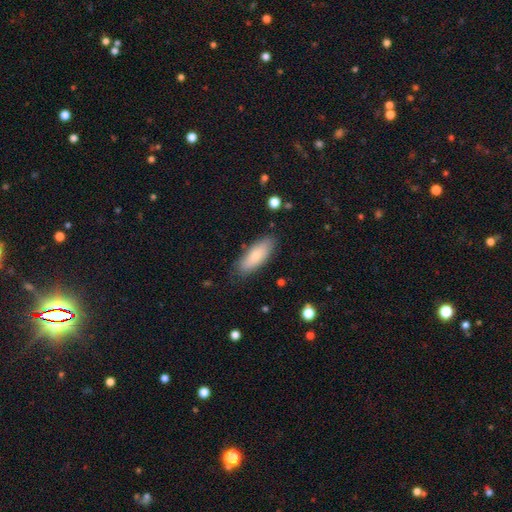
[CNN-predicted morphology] smooth_or_featured: smooth (p=0.78) [alt: featured or disk p=0.16]
how_rounded: in between (p=0.73) [alt: cigar-shaped p=0.25]
merging: none (p=0.80) [alt: minor disturbance p=0.15]